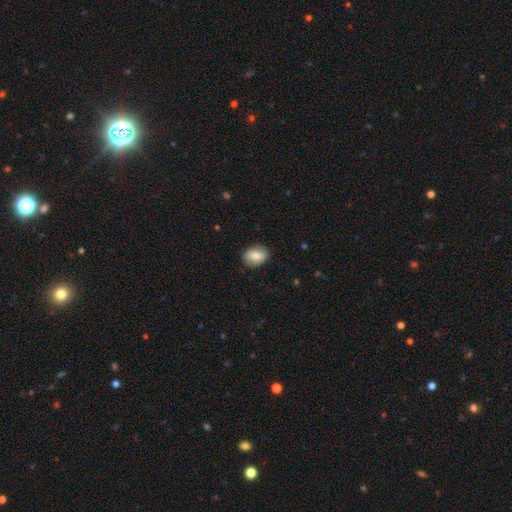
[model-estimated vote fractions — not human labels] Smooth or featured? Predicted: smooth (p=0.75). How rounded? Predicted: in between (p=0.68). Merging? Predicted: none (p=0.86).